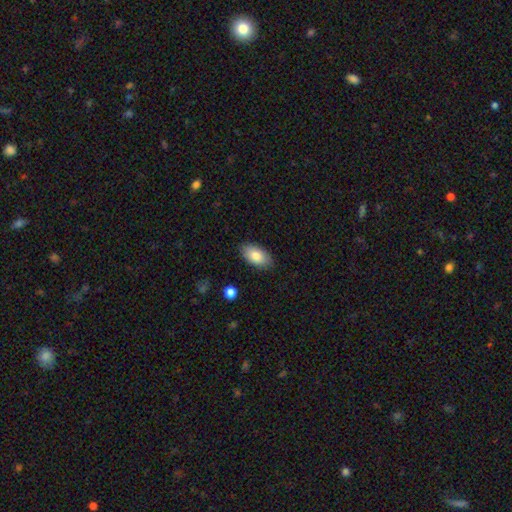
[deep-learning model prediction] The model was most divided on "smooth or featured": smooth: 82%, featured or disk: 11%, star or artifact: 7%. More confident: how rounded — in between (94%); merging — none (86%).